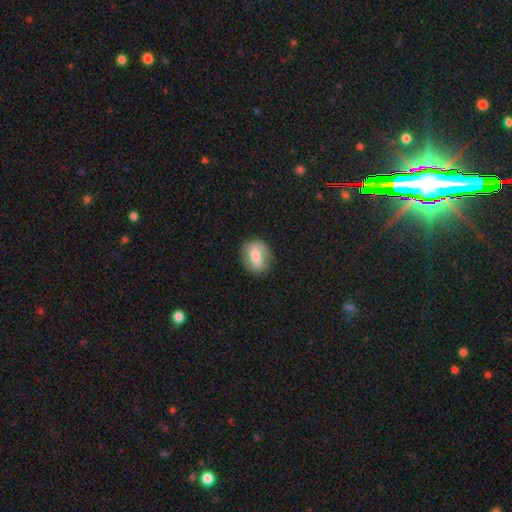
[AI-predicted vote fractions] This appears to be a smooth galaxy with no disk features (50%). Merging: none (82%).